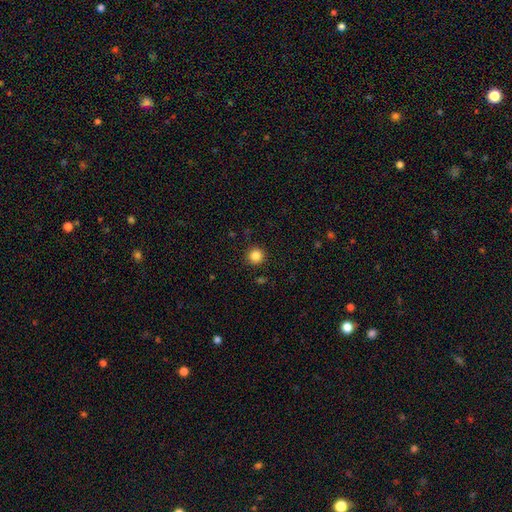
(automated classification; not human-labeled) A smooth galaxy with no disk features (84%) that is round (94%). Merging: none (91%).